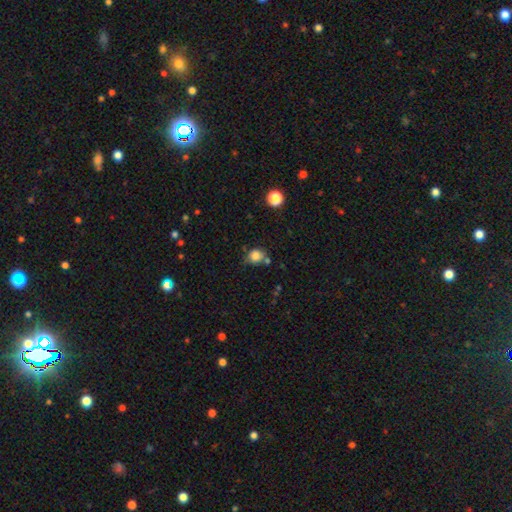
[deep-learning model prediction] Overall: smooth (82%). How rounded: round (74%). Merging: none (60%; minor disturbance 21%).